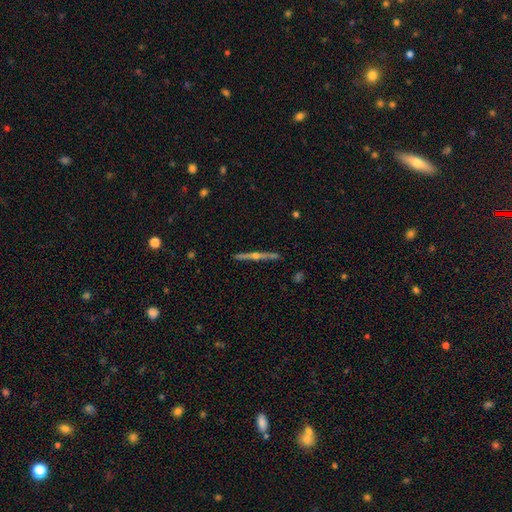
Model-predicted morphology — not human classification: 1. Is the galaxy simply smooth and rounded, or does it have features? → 80% featured or disk, 13% smooth, 7% star or artifact.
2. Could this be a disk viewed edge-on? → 98% yes, 2% no.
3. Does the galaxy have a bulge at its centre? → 89% rounded, 7% none, 4% boxy.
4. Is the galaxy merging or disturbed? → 90% none, 7% minor disturbance, 2% merger, 2% major disturbance.